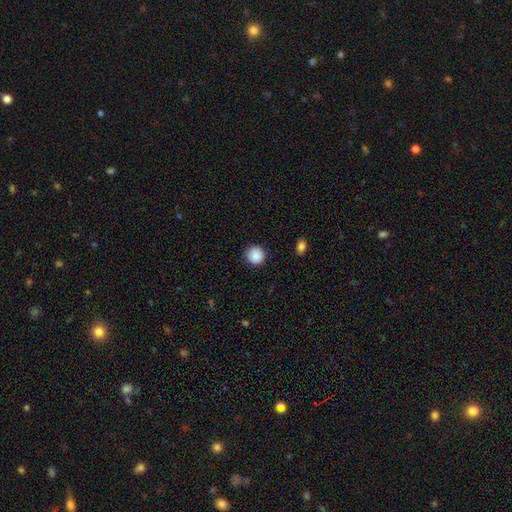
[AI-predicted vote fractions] A smooth galaxy with no disk features (88%) that is round (94%).

Vote fractions:
- Smooth or featured? smooth: 88% / star or artifact: 8% / featured or disk: 3%
- How rounded? round: 94% / in between: 5% / cigar-shaped: 1%
- Merging? none: 88% / minor disturbance: 8% / major disturbance: 2% / merger: 1%